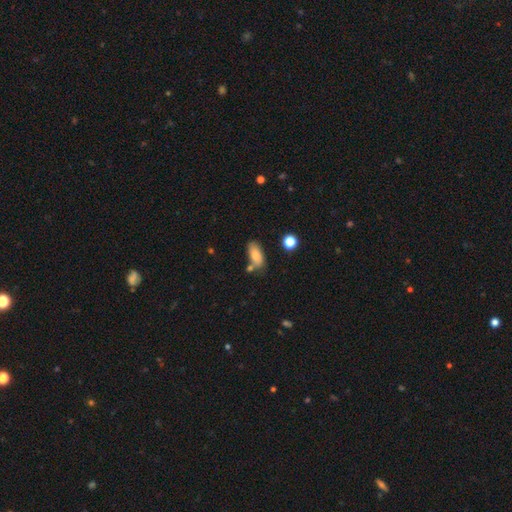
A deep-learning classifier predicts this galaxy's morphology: Smooth or featured? Predicted: smooth (p=0.81). How rounded? Predicted: in between (p=0.85). Merging? Predicted: none (p=0.65).